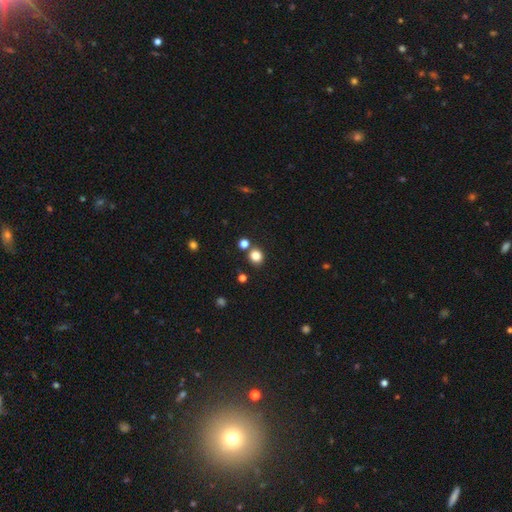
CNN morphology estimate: smooth-or-featured: smooth: 82% | star or artifact: 14% | featured or disk: 4%
  how-rounded: round: 85% | in between: 14% | cigar-shaped: 1%
  merging: none: 81% | merger: 9% | minor disturbance: 7% | major disturbance: 3%